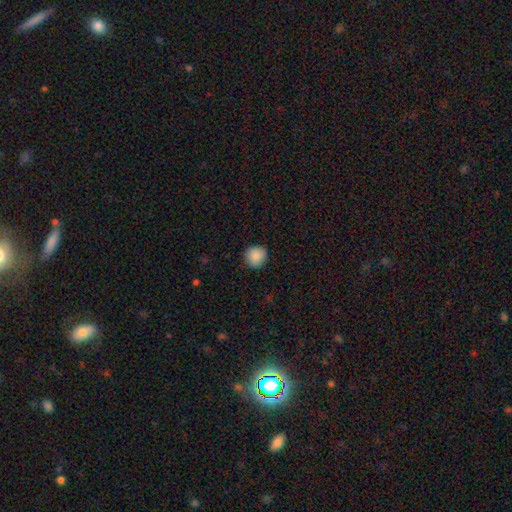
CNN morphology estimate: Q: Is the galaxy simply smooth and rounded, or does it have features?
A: smooth — 88%.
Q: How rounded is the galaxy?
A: round — 92%.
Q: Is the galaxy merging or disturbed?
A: none — 88%.